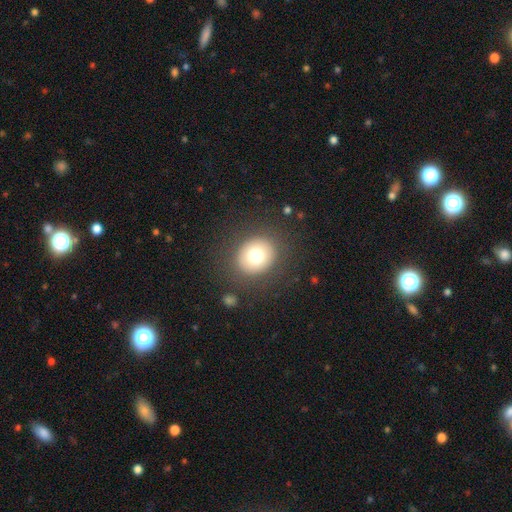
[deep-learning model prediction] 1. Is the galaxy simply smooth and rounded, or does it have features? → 74% smooth, 15% featured or disk, 11% star or artifact.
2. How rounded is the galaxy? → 73% round, 26% in between, 1% cigar-shaped.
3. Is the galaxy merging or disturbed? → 87% none, 8% minor disturbance, 4% major disturbance, 1% merger.